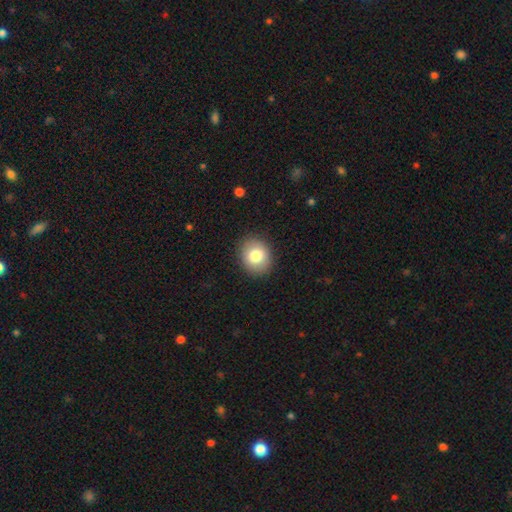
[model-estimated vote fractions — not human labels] This appears to be a smooth galaxy with no disk features (81%) that is round (64%). Merging: none (89%).